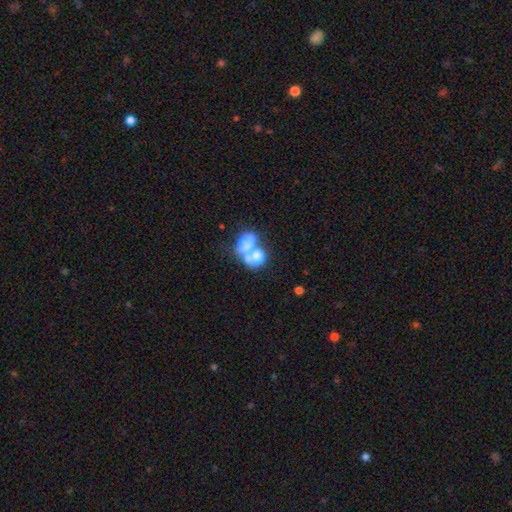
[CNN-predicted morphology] type=smooth (56%); roundness=in between (63%); merging=merger (72%).